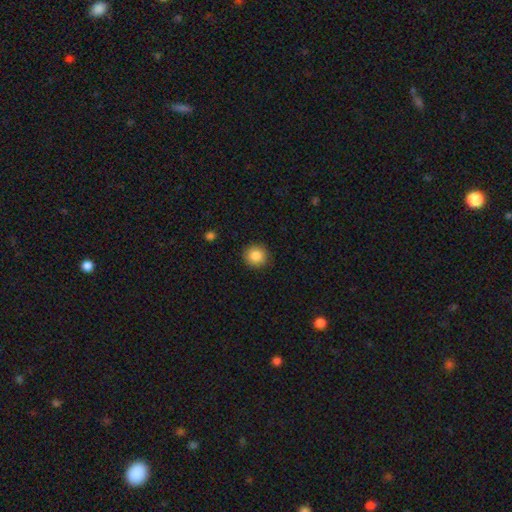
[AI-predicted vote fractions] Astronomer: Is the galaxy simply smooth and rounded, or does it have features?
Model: smooth — 87%.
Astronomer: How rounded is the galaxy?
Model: round — 93%.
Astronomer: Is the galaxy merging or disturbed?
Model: none — 91%.